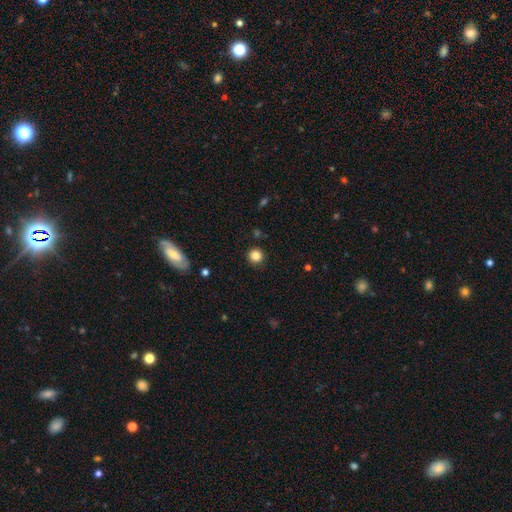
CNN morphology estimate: The model was most divided on "smooth or featured": smooth: 84%, star or artifact: 12%, featured or disk: 4%. More confident: how rounded — round (94%); merging — none (91%).